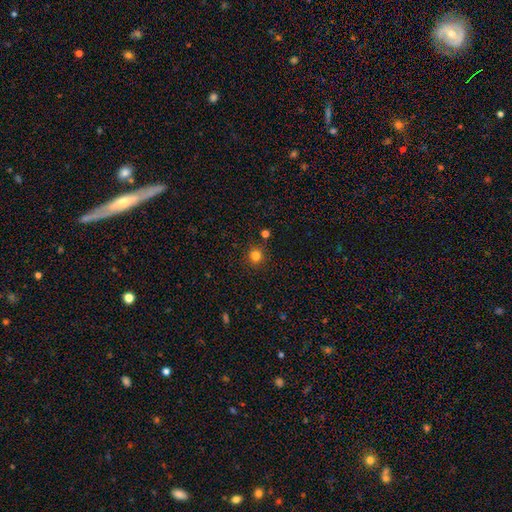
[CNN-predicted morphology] A smooth galaxy with no disk features (81%) that is round (91%).

Vote fractions:
- Smooth or featured? smooth: 81% / star or artifact: 14% / featured or disk: 5%
- How rounded? round: 91% / in between: 8% / cigar-shaped: 1%
- Merging? none: 86% / minor disturbance: 8% / merger: 3% / major disturbance: 2%